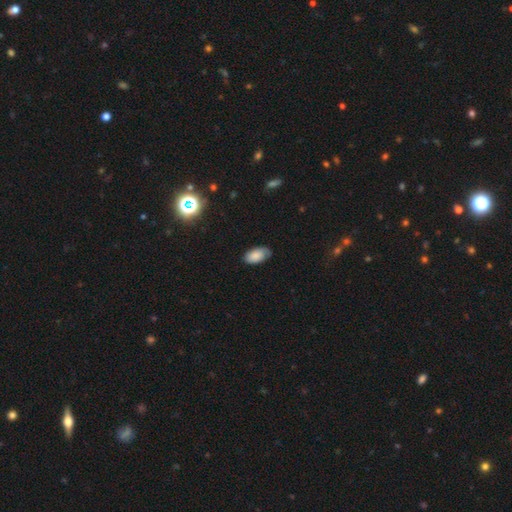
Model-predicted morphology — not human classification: A smooth galaxy with no disk features (78%) that is in between round and cigar-shaped (95%). Merging: none (70%).